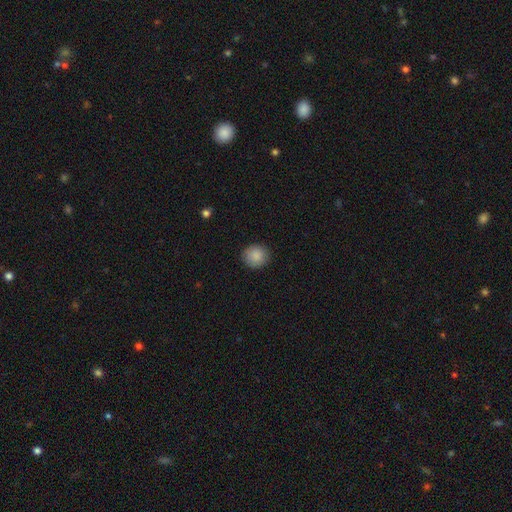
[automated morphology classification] Q: Smooth or featured?
A: smooth (88%); runner-up: star or artifact (8%)
Q: How rounded?
A: round (86%); runner-up: in between (13%)
Q: Merging?
A: none (89%); runner-up: minor disturbance (8%)